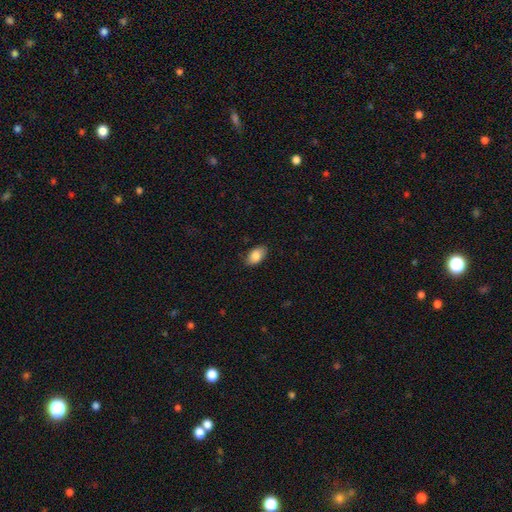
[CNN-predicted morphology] Smooth or featured: smooth — 86% (featured or disk — 7%)
How rounded: in between — 93% (round — 6%)
Merging: none — 82% (minor disturbance — 14%)